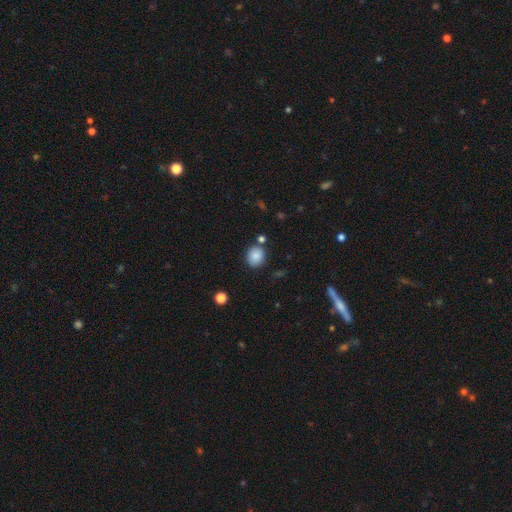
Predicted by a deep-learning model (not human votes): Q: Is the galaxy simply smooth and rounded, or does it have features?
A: smooth — 86%.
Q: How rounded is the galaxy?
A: round — 73%.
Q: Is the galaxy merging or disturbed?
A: none — 78%.